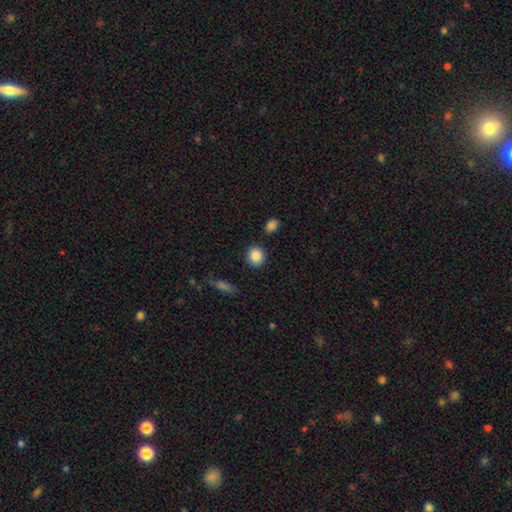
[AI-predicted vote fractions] A smooth galaxy with no disk features (87%) that is round (80%). Merging: none (88%).